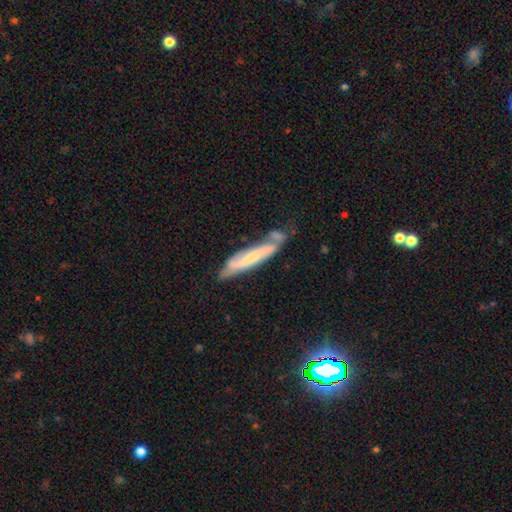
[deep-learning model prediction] Smooth or featured: featured or disk — 56% (smooth — 33%)
Edge-on disk: yes — 59% (no — 41%)
Merging: none — 55% (minor disturbance — 27%)